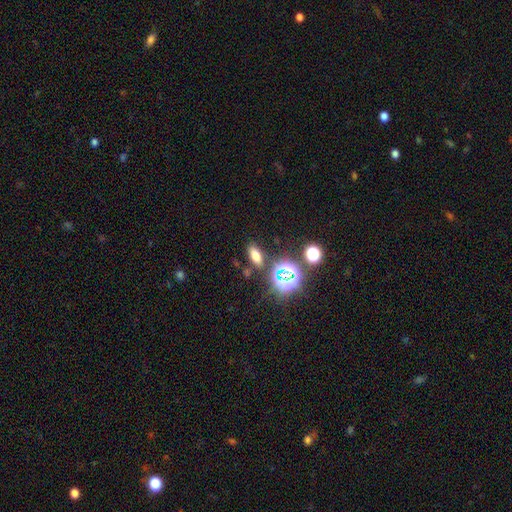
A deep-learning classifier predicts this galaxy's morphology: smooth 62%, star or artifact 28%, featured or disk 10%. Down the decision tree: how rounded — in between (73%); merging — none (84%).